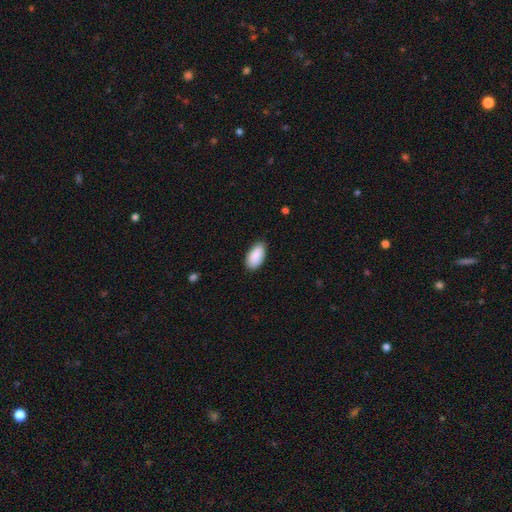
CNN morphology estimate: Q: Smooth or featured?
A: smooth (90%); runner-up: star or artifact (6%)
Q: How rounded?
A: in between (95%); runner-up: cigar-shaped (3%)
Q: Merging?
A: none (83%); runner-up: minor disturbance (14%)